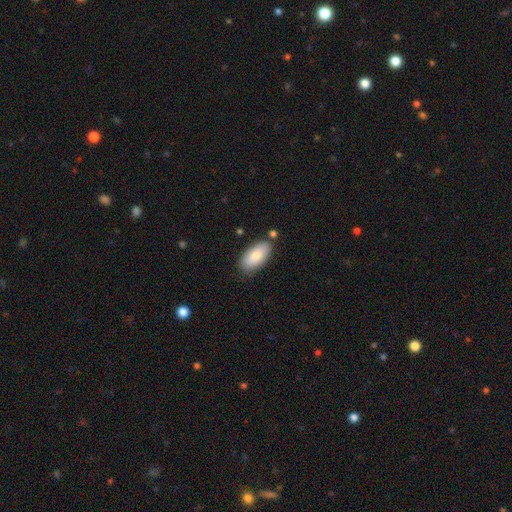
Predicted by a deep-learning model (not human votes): smooth-or-featured: smooth: 84% | featured or disk: 10% | star or artifact: 6%
  how-rounded: in between: 93% | cigar-shaped: 5% | round: 2%
  merging: none: 78% | minor disturbance: 14% | merger: 4% | major disturbance: 3%